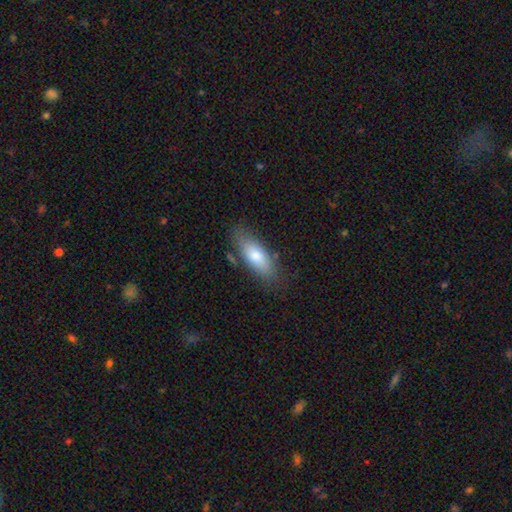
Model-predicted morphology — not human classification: Q: Smooth or featured?
A: smooth (77%); runner-up: featured or disk (17%)
Q: How rounded?
A: in between (74%); runner-up: cigar-shaped (24%)
Q: Merging?
A: none (75%); runner-up: minor disturbance (17%)